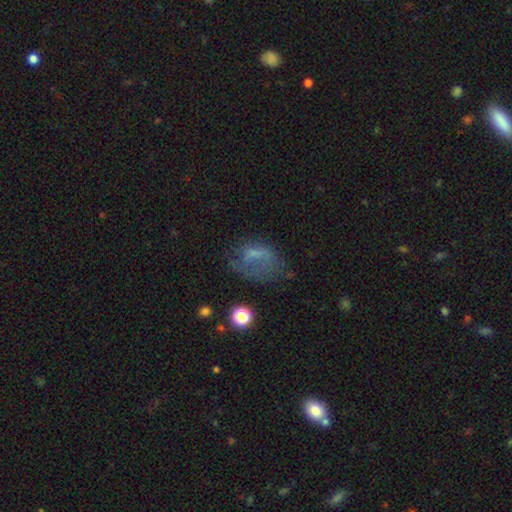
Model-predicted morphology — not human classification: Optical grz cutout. It shows a smooth galaxy with no disk features (45%). Merging: major disturbance (38%).